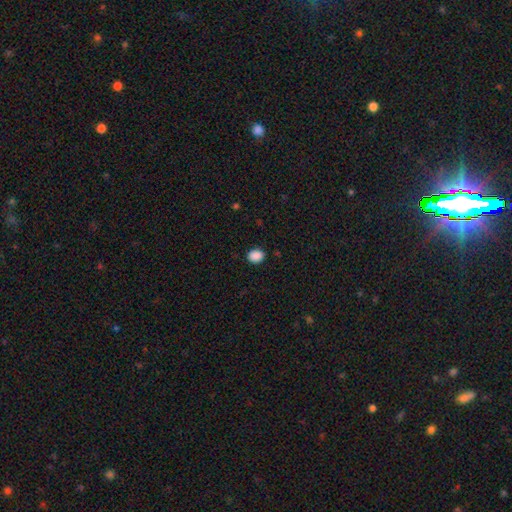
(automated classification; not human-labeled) A smooth galaxy with no disk features (89%) that is round (53%). Merging: none (89%).